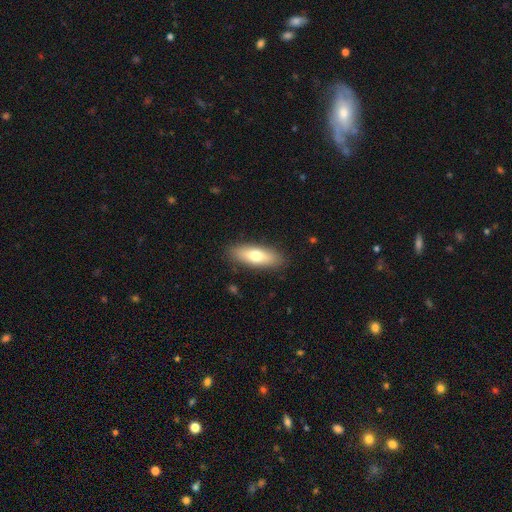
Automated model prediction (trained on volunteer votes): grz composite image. It shows a smooth galaxy with no disk features (71%) that is in between round and cigar-shaped (60%). Merging: none (88%).